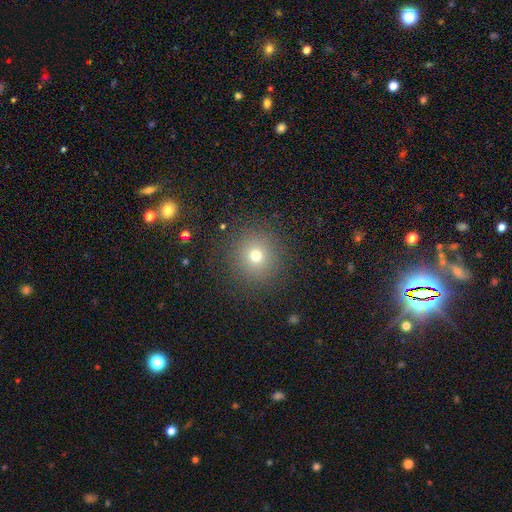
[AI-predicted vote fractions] smooth 70%, star or artifact 19%, featured or disk 11%. Down the decision tree: how rounded — round (93%); merging — none (88%).